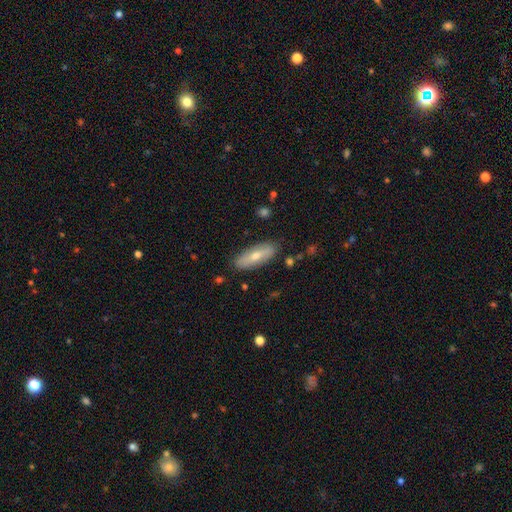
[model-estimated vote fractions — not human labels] The model was most divided on "how rounded": in between: 57%, cigar-shaped: 41%, round: 3%. More confident: merging — none (86%); smooth or featured — smooth (56%).